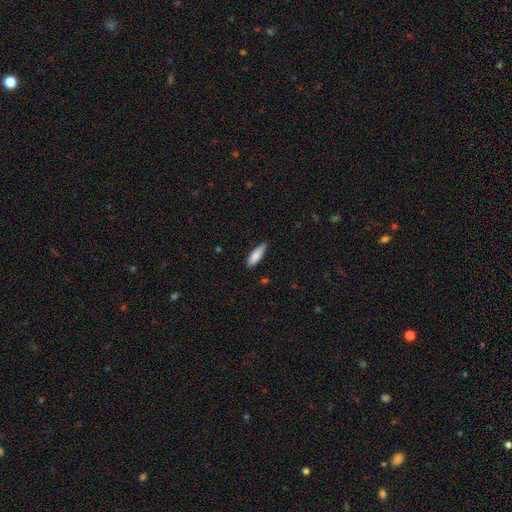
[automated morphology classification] Smooth or featured: smooth — 83% (featured or disk — 11%)
How rounded: cigar-shaped — 53% (in between — 46%)
Merging: none — 78% (minor disturbance — 18%)